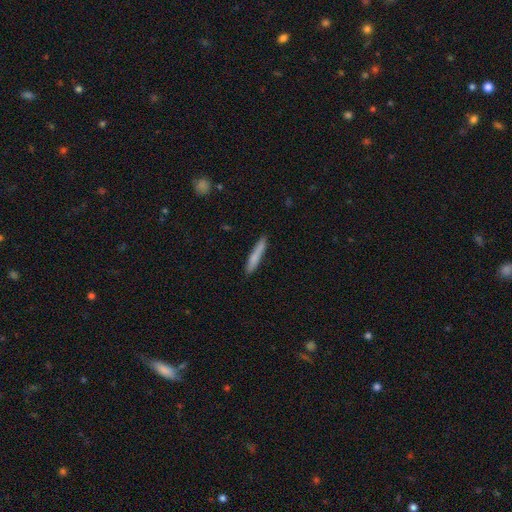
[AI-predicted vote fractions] Q: Smooth or featured?
A: smooth (77%); runner-up: featured or disk (17%)
Q: How rounded?
A: cigar-shaped (94%); runner-up: in between (5%)
Q: Merging?
A: none (87%); runner-up: minor disturbance (9%)